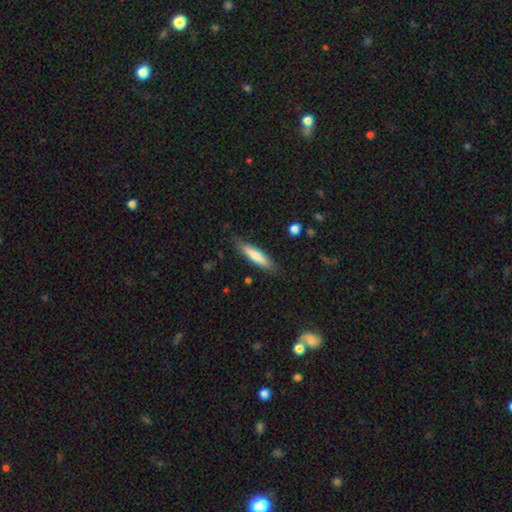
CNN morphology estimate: This appears to be a smooth galaxy with no disk features (73%) that is cigar-shaped (81%). Merging: none (83%).